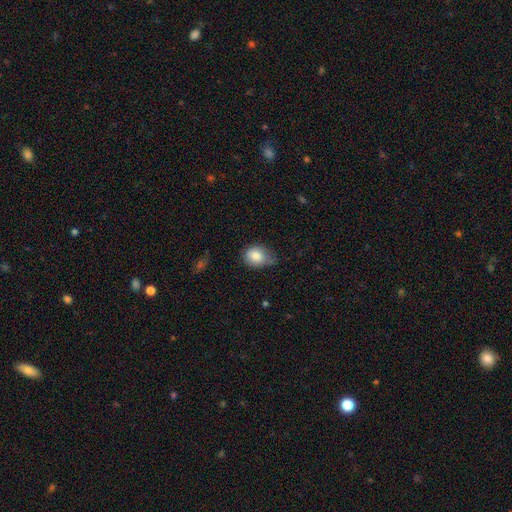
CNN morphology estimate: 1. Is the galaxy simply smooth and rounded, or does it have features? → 83% smooth, 9% featured or disk, 9% star or artifact.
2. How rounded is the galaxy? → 52% round, 47% in between, 1% cigar-shaped.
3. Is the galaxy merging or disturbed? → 45% minor disturbance, 42% none, 11% major disturbance, 3% merger.